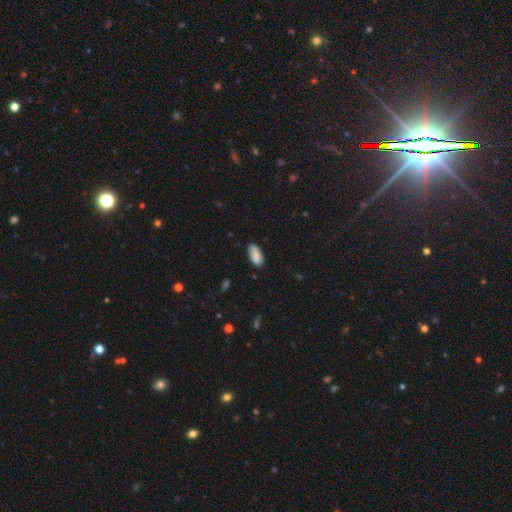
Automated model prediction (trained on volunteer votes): Morphology: type=smooth (87%); roundness=in between (92%); merging=none (77%).